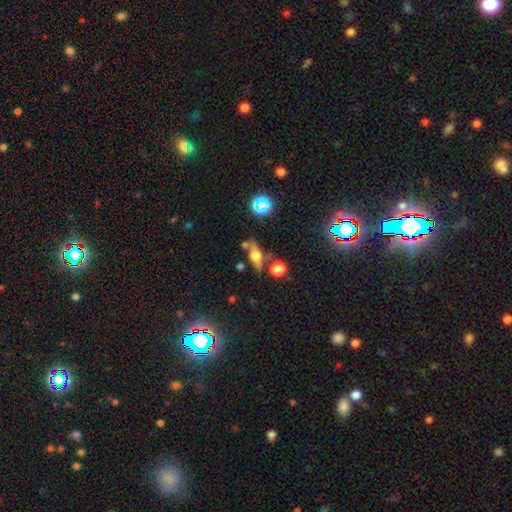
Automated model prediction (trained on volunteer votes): Smooth or featured? featured or disk (49%)
Merging? none (67%)